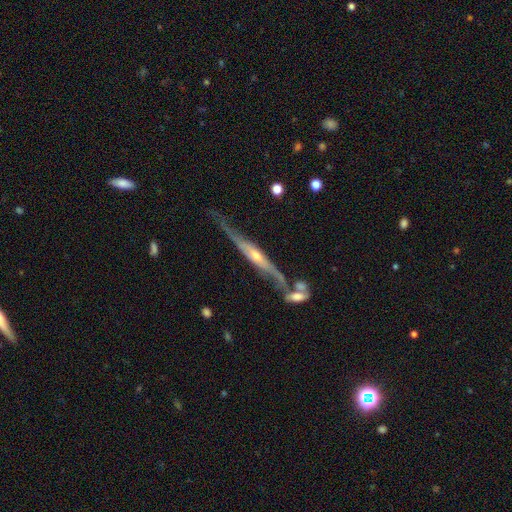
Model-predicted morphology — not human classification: Smooth or featured? Predicted: featured or disk (p=0.85). Edge-on disk? Predicted: yes (p=0.92). Edge-on bulge? Predicted: rounded (p=0.82). Merging? Predicted: none (p=0.58).